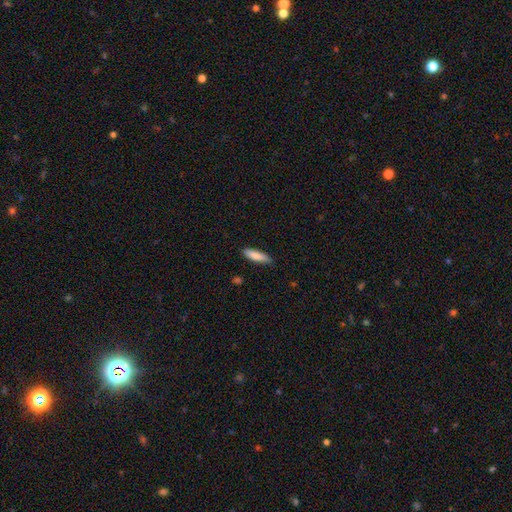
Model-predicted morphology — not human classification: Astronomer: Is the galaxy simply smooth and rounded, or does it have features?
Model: smooth — 85%.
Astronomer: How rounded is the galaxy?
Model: cigar-shaped — 66%.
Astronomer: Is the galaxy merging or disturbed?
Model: none — 85%.